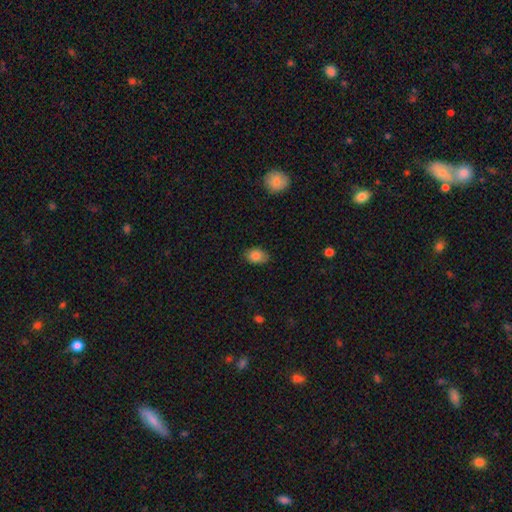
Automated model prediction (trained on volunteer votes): Smooth or featured? smooth (85%)
How rounded? in between (83%)
Merging? none (82%)